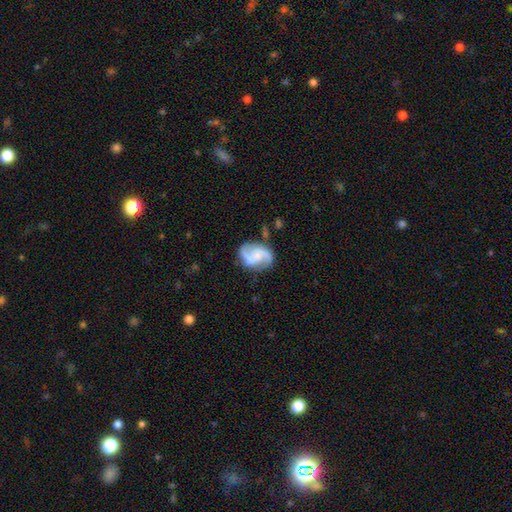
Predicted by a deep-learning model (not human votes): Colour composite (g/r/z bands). It shows a featured or disk galaxy (84%) with no bar (49%), 2 (92%) medium (46%) spiral arms (97%) and a small central bulge (42%). Merging: none (73%).